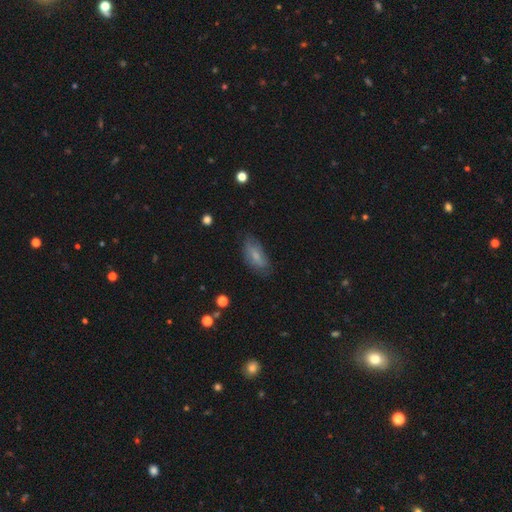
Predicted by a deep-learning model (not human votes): smooth 68%, featured or disk 25%, star or artifact 8%. Down the decision tree: how rounded — in between (85%); merging — none (70%).